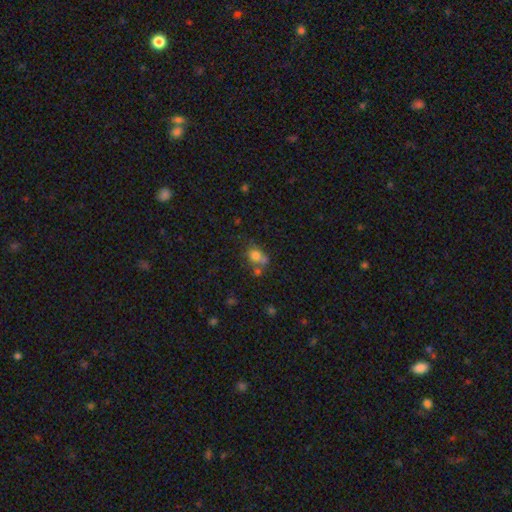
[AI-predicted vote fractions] Smooth or featured: smooth — 72% (featured or disk — 15%)
How rounded: round — 56% (in between — 43%)
Merging: none — 39% (merger — 36%)